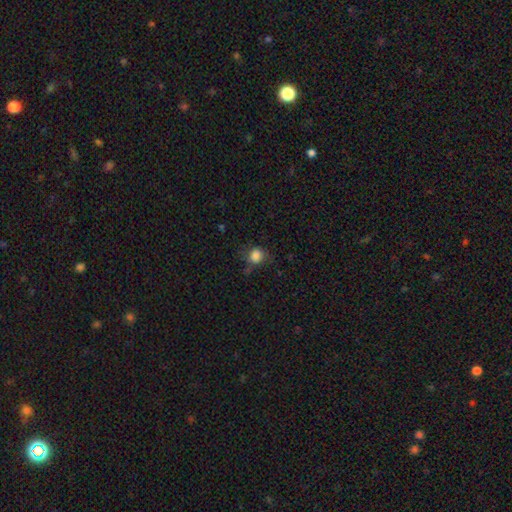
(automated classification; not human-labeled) A smooth galaxy with no disk features (83%) that is round (78%).

Vote fractions:
- Smooth or featured? smooth: 83% / star or artifact: 11% / featured or disk: 6%
- How rounded? round: 78% / in between: 21% / cigar-shaped: 1%
- Merging? none: 63% / minor disturbance: 23% / major disturbance: 10% / merger: 4%